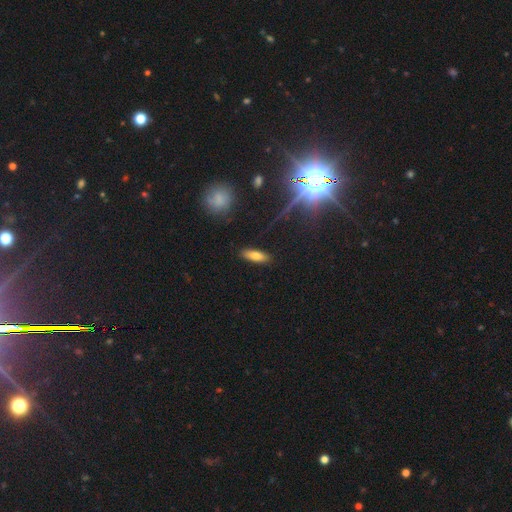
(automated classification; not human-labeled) The model was most divided on "how rounded": in between: 61%, cigar-shaped: 37%, round: 3%. More confident: merging — none (88%); smooth or featured — smooth (74%).